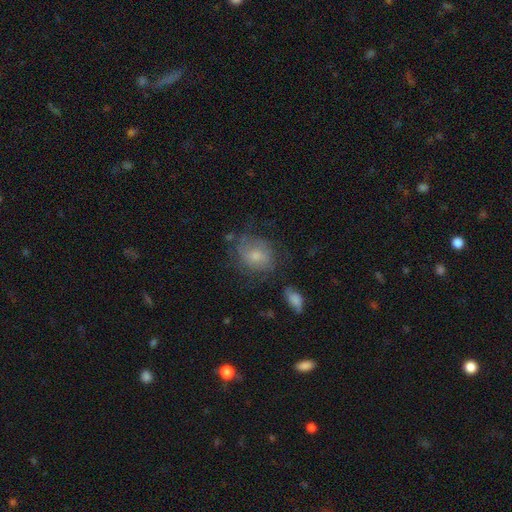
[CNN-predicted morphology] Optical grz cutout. It shows a smooth galaxy with no disk features (58%) that is round (54%). Merging: none (54%).